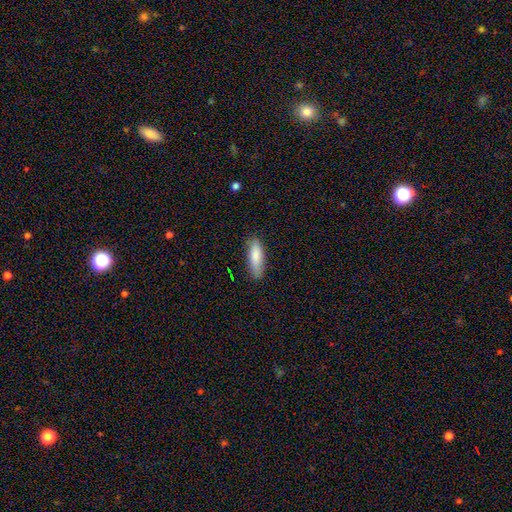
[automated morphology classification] Smooth or featured?
  - smooth: 84% *
  - featured or disk: 10%
  - star or artifact: 6%
How rounded?
  - cigar-shaped: 50% *
  - in between: 48%
  - round: 2%
Merging?
  - none: 82% *
  - minor disturbance: 14%
  - major disturbance: 3%
  - merger: 1%